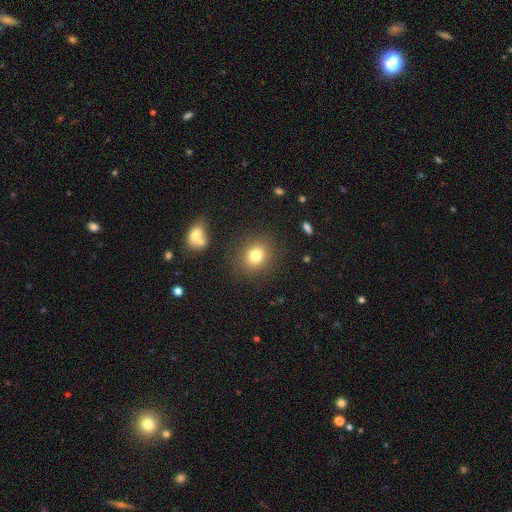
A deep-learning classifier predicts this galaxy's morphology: A smooth galaxy with no disk features (78%) that is round (73%). Merging: none (84%).